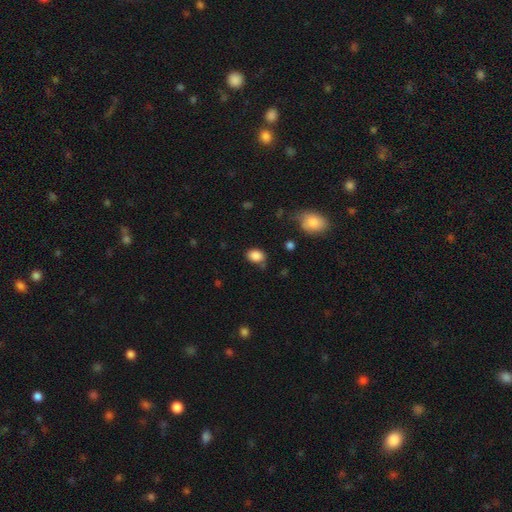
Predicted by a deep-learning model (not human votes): Smooth or featured?
  - smooth: 86% *
  - star or artifact: 9%
  - featured or disk: 4%
How rounded?
  - in between: 69% *
  - round: 29%
  - cigar-shaped: 1%
Merging?
  - none: 73% *
  - minor disturbance: 19%
  - major disturbance: 5%
  - merger: 3%